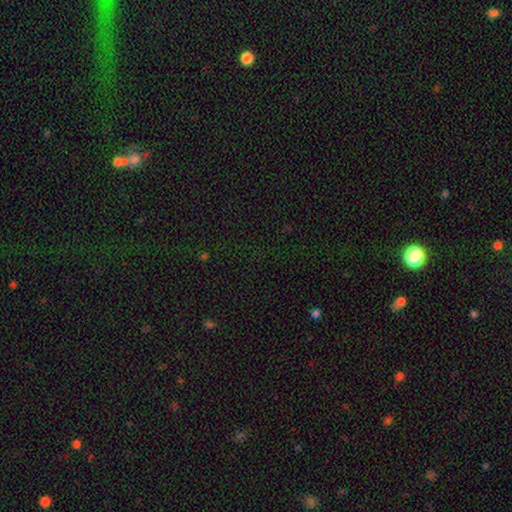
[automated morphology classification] Smooth or featured: star or artifact — 70% (smooth — 19%)